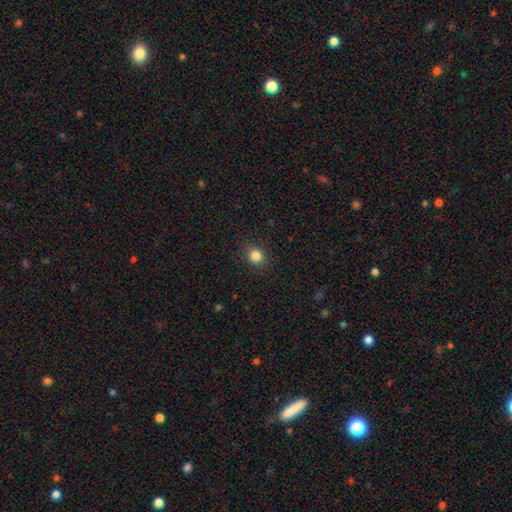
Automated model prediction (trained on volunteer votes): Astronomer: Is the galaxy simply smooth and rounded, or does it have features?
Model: smooth — 84%.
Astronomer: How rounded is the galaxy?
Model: round — 75%.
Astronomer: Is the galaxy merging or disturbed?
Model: none — 88%.